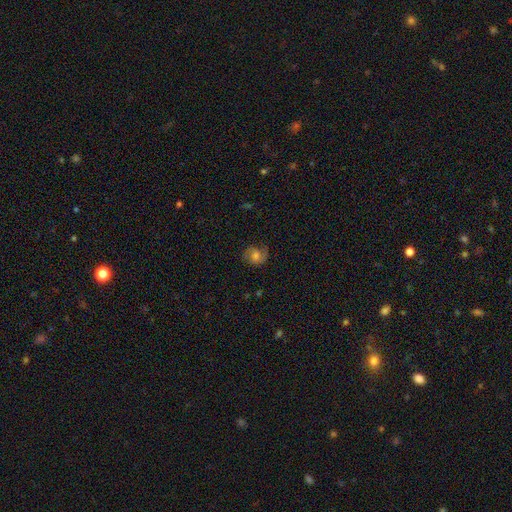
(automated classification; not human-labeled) Smooth or featured?
  - featured or disk: 51% *
  - smooth: 39%
  - star or artifact: 10%
Edge-on disk?
  - no: 97% *
  - yes: 3%
Merging?
  - none: 70% *
  - minor disturbance: 19%
  - major disturbance: 10%
  - merger: 1%